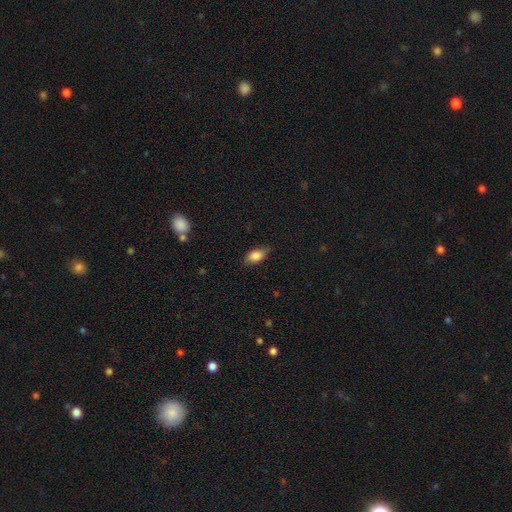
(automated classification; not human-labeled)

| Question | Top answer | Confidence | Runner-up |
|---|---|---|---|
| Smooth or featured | smooth | 80% | featured or disk (12%) |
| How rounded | in between | 87% | round (8%) |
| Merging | none | 73% | minor disturbance (21%) |